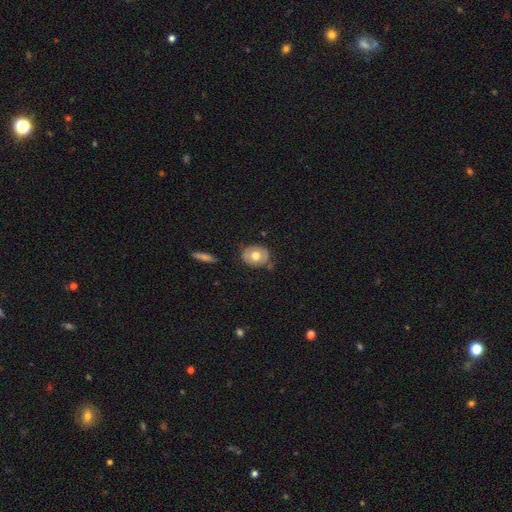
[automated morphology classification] Smooth or featured?
  - smooth: 63% *
  - featured or disk: 30%
  - star or artifact: 7%
How rounded?
  - in between: 53% *
  - round: 46%
  - cigar-shaped: 1%
Merging?
  - none: 76% *
  - minor disturbance: 17%
  - major disturbance: 4%
  - merger: 4%